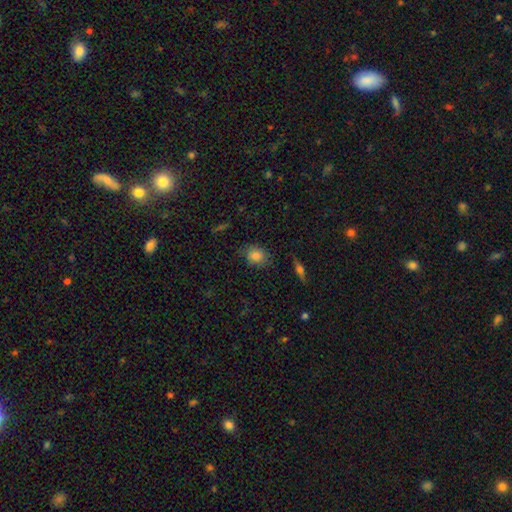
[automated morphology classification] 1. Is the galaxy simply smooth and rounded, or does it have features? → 82% smooth, 10% star or artifact, 8% featured or disk.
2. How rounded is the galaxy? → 51% round, 48% in between, 2% cigar-shaped.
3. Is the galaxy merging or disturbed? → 73% none, 20% minor disturbance, 4% major disturbance, 2% merger.